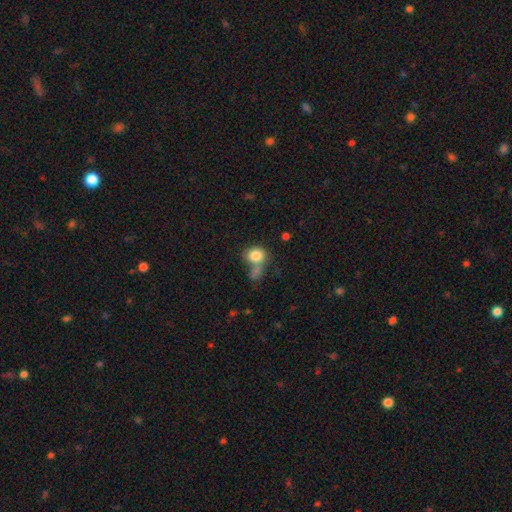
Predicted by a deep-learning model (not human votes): Morphology: type=smooth (82%); roundness=round (60%); merging=none (38%).